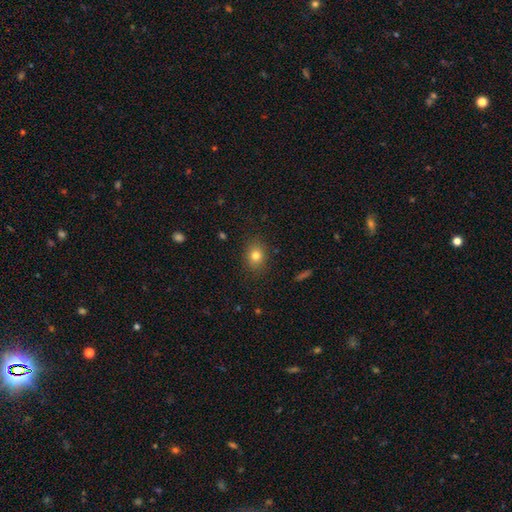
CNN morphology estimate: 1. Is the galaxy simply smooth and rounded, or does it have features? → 79% smooth, 12% star or artifact, 9% featured or disk.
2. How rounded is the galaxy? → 54% round, 45% in between, 1% cigar-shaped.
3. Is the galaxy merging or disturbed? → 87% none, 9% minor disturbance, 3% major disturbance, 1% merger.